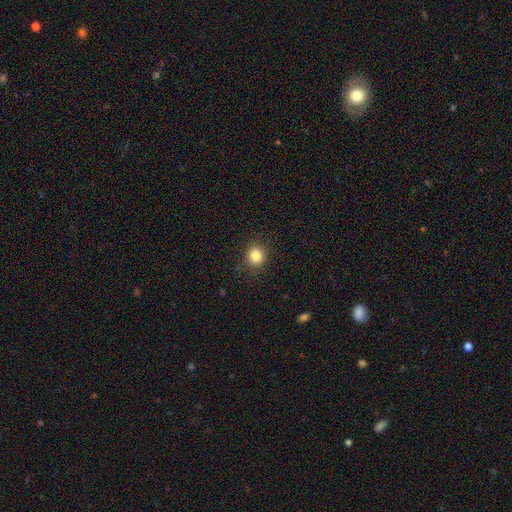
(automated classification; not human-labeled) Smooth or featured?
  - smooth: 83% *
  - star or artifact: 11%
  - featured or disk: 5%
How rounded?
  - round: 81% *
  - in between: 18%
  - cigar-shaped: 1%
Merging?
  - none: 89% *
  - minor disturbance: 8%
  - major disturbance: 2%
  - merger: 1%